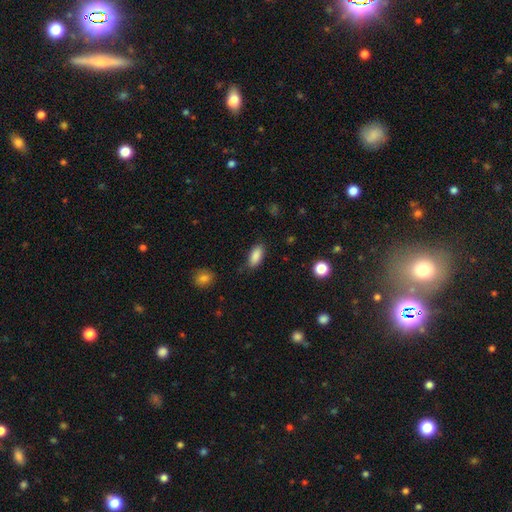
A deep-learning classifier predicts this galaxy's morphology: type=smooth (88%); roundness=in between (88%); merging=none (83%).